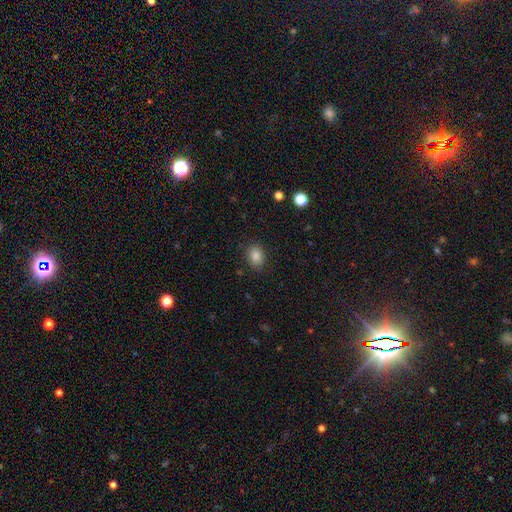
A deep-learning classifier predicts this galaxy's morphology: The model was most divided on "how rounded": in between: 71%, round: 28%, cigar-shaped: 1%. More confident: merging — none (87%); smooth or featured — smooth (84%).